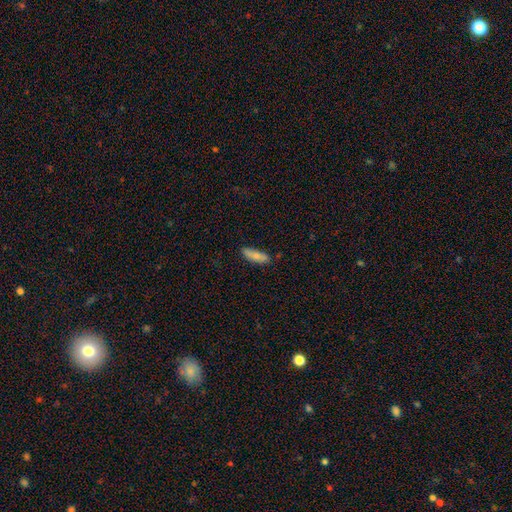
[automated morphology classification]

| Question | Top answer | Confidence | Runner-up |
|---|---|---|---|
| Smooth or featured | smooth | 80% | featured or disk (14%) |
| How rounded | in between | 51% | cigar-shaped (47%) |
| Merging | none | 80% | minor disturbance (16%) |